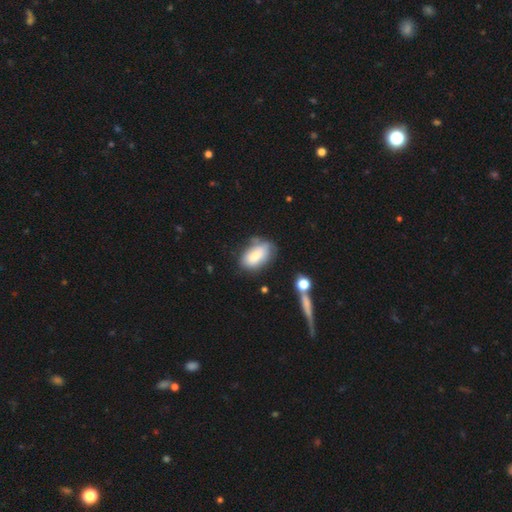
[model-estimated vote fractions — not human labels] A smooth galaxy with no disk features (81%) that is in between round and cigar-shaped (92%).

Vote fractions:
- Smooth or featured? smooth: 81% / featured or disk: 12% / star or artifact: 7%
- How rounded? in between: 92% / round: 5% / cigar-shaped: 3%
- Merging? none: 57% / minor disturbance: 27% / major disturbance: 9% / merger: 8%